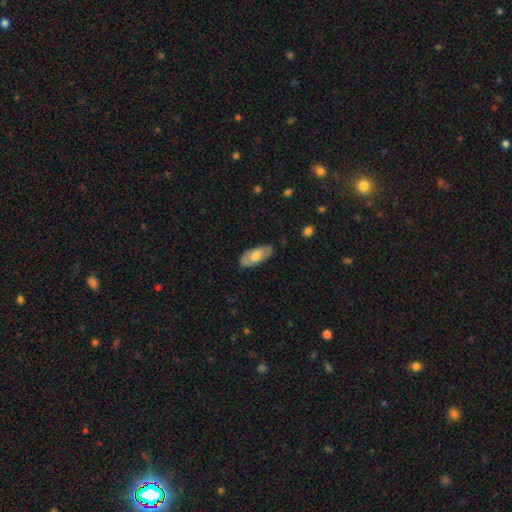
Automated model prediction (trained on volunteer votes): Q: Smooth or featured?
A: smooth (65%); runner-up: featured or disk (30%)
Q: How rounded?
A: in between (88%); runner-up: cigar-shaped (9%)
Q: Merging?
A: none (82%); runner-up: minor disturbance (14%)